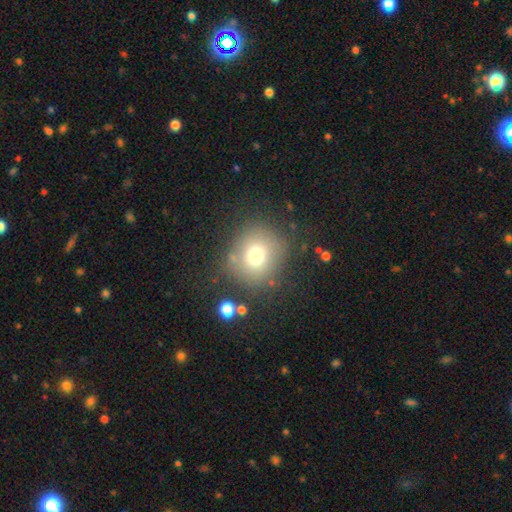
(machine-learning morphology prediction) Smooth or featured? Predicted: smooth (p=0.72). How rounded? Predicted: round (p=0.88). Merging? Predicted: none (p=0.78).